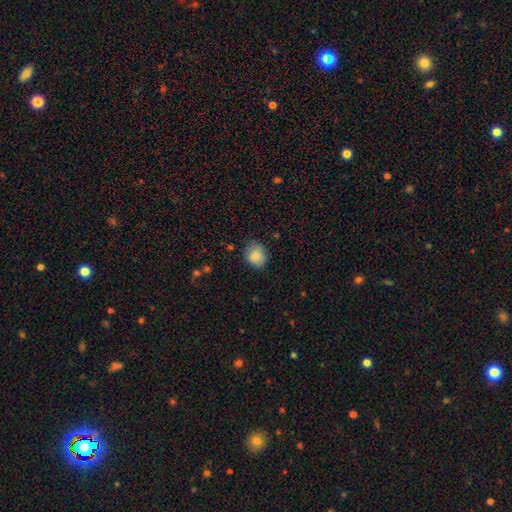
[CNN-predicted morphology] smooth 83%, featured or disk 9%, star or artifact 9%. Down the decision tree: how rounded — round (68%); merging — none (72%).